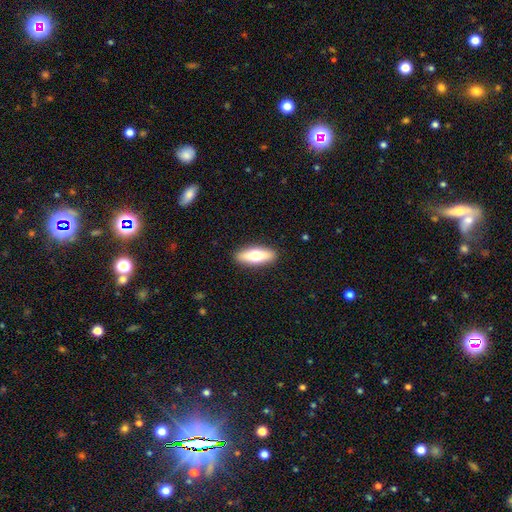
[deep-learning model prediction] smooth_or_featured: smooth (p=0.63) [alt: featured or disk p=0.32]
how_rounded: in between (p=0.57) [alt: cigar-shaped p=0.41]
merging: none (p=0.90) [alt: minor disturbance p=0.07]